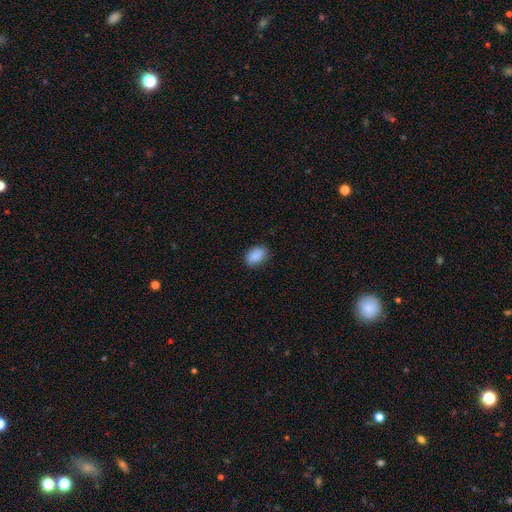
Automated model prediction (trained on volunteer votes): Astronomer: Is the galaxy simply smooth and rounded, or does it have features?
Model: smooth — 89%.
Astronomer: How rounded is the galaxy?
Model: in between — 83%.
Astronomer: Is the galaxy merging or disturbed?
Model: none — 82%.